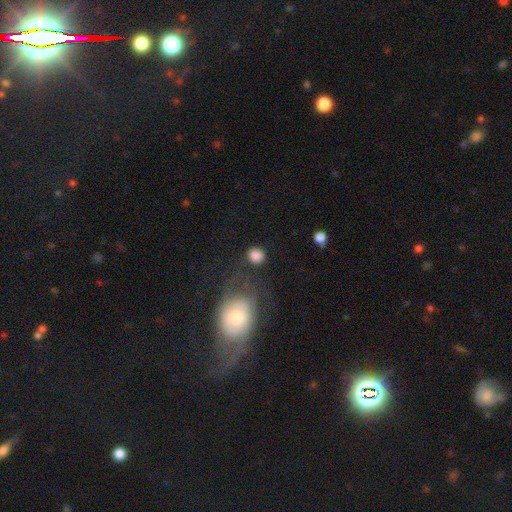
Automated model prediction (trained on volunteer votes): Q: Smooth or featured?
A: smooth (86%); runner-up: star or artifact (9%)
Q: How rounded?
A: round (80%); runner-up: in between (19%)
Q: Merging?
A: none (76%); runner-up: minor disturbance (12%)